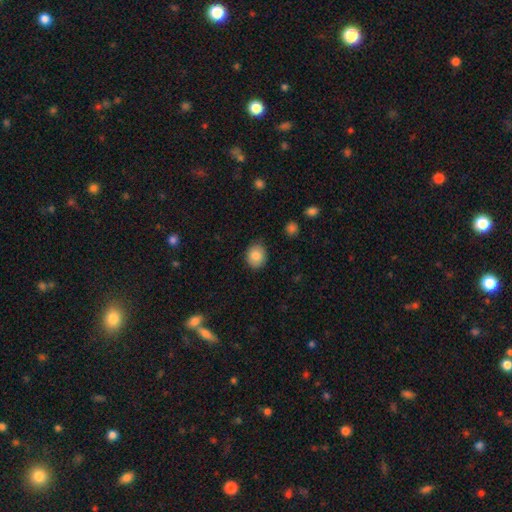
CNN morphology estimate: type=smooth (85%); roundness=round (62%); merging=none (82%).